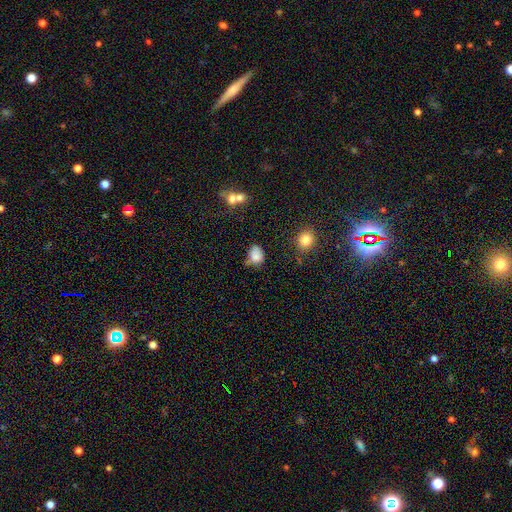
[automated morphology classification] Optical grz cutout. It shows a smooth galaxy with no disk features (80%) that is in between round and cigar-shaped (56%). Merging: none (41%).